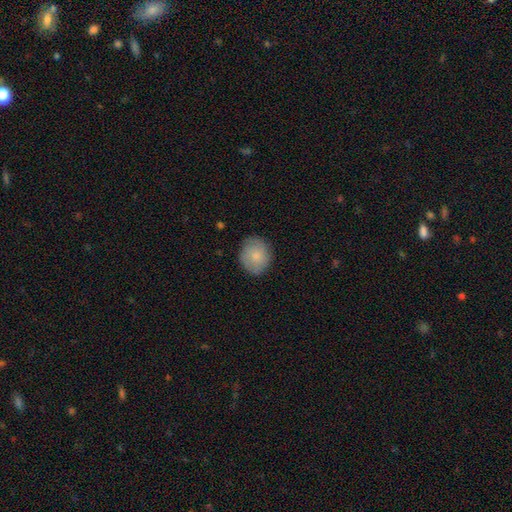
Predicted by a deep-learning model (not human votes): Overall: smooth (80%). How rounded: round (78%). Merging: none (82%).